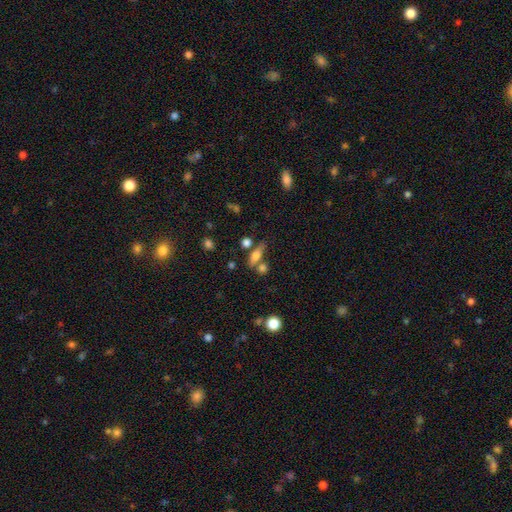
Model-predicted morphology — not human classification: type=smooth (62%); roundness=in between (50%); merging=none (54%).